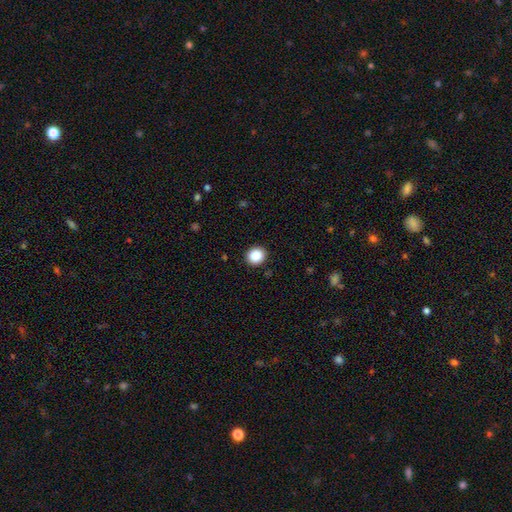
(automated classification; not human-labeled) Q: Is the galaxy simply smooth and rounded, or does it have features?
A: smooth — 88%.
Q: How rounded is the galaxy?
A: round — 84%.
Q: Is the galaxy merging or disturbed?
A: none — 91%.